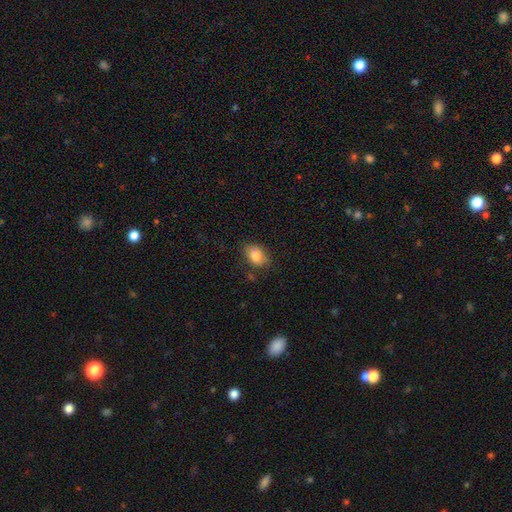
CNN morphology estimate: The model was most divided on "merging": none: 74%, minor disturbance: 20%, major disturbance: 4%, merger: 2%. More confident: how rounded — in between (80%); smooth or featured — smooth (80%).